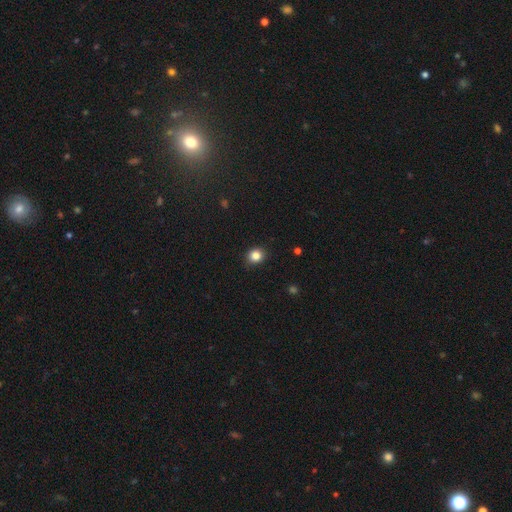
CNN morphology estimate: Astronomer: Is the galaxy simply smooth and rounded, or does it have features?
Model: smooth — 85%.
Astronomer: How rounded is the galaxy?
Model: round — 76%.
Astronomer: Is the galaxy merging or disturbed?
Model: none — 88%.